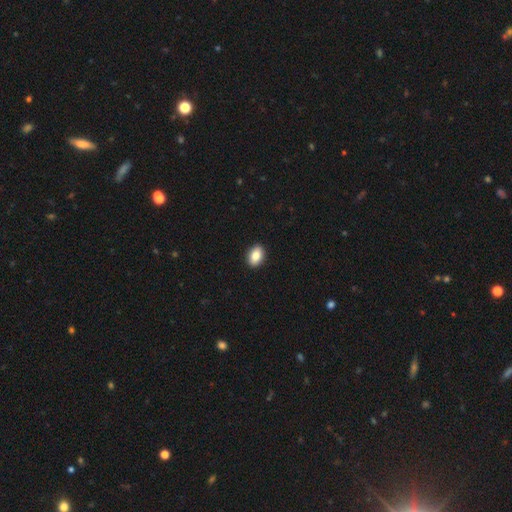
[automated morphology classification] The model was most divided on "how rounded": in between: 81%, round: 17%, cigar-shaped: 2%. More confident: merging — none (92%); smooth or featured — smooth (85%).